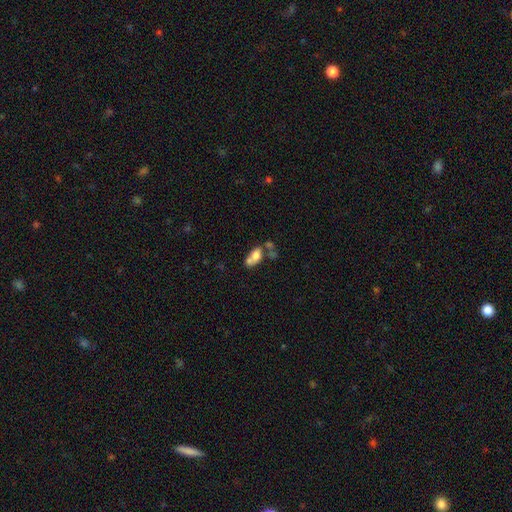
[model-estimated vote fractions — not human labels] A smooth galaxy with no disk features (65%) that is in between round and cigar-shaped (77%). Merging: merger (53%).